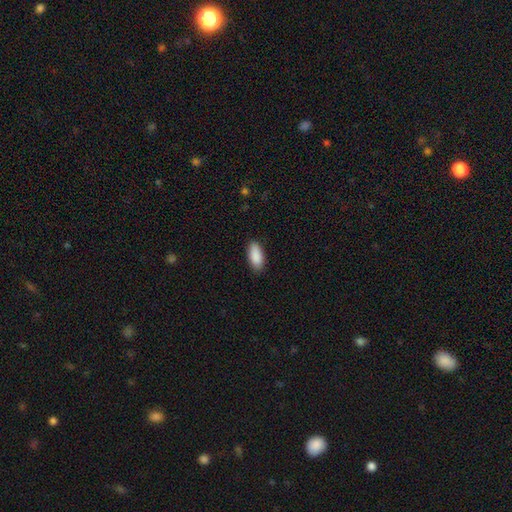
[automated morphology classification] smooth 90%, star or artifact 6%, featured or disk 4%. Down the decision tree: how rounded — in between (89%); merging — none (87%).